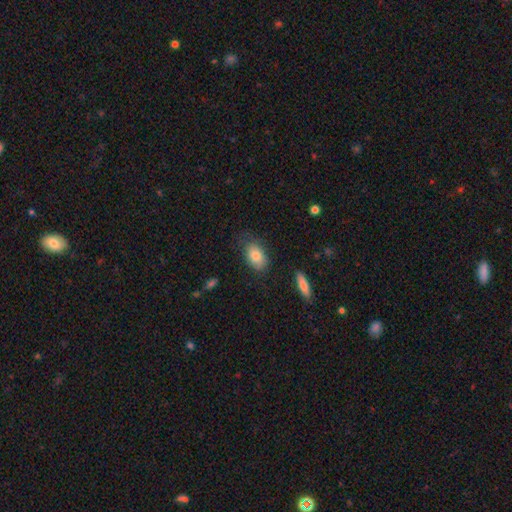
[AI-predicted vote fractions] Overall: smooth (79%). How rounded: in between (89%). Merging: none (70%).